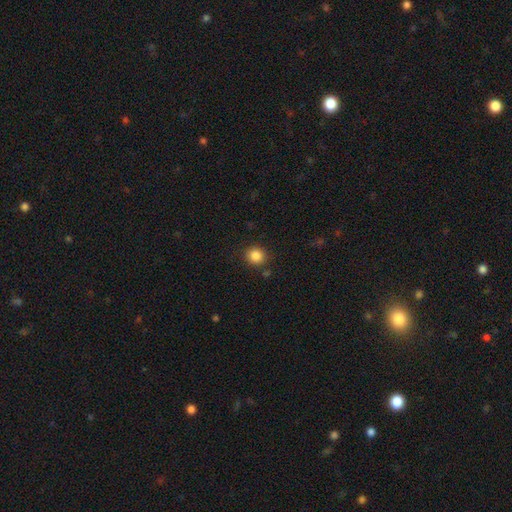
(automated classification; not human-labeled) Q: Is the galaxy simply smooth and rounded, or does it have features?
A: smooth — 85%.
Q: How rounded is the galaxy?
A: round — 86%.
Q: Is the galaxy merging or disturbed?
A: none — 87%.